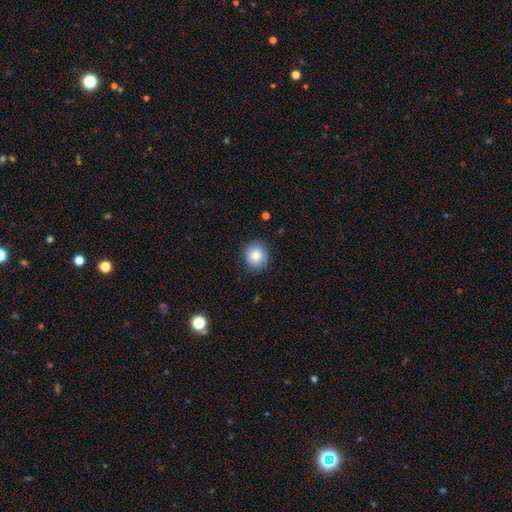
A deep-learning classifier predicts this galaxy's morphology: smooth_or_featured: smooth (p=0.82) [alt: featured or disk p=0.09]
how_rounded: round (p=0.87) [alt: in between p=0.12]
merging: none (p=0.85) [alt: minor disturbance p=0.11]